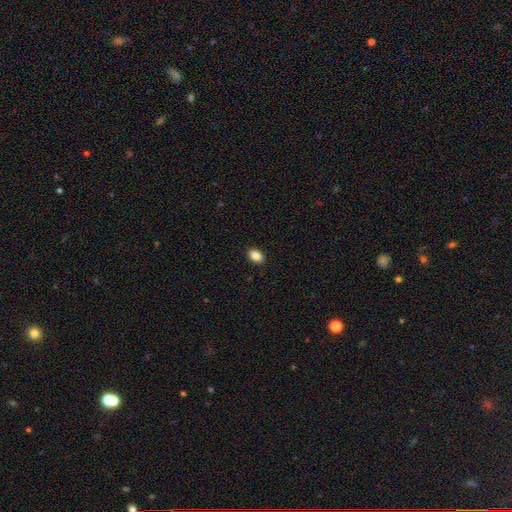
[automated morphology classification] smooth 87%, star or artifact 9%, featured or disk 4%. Down the decision tree: how rounded — in between (83%); merging — none (90%).